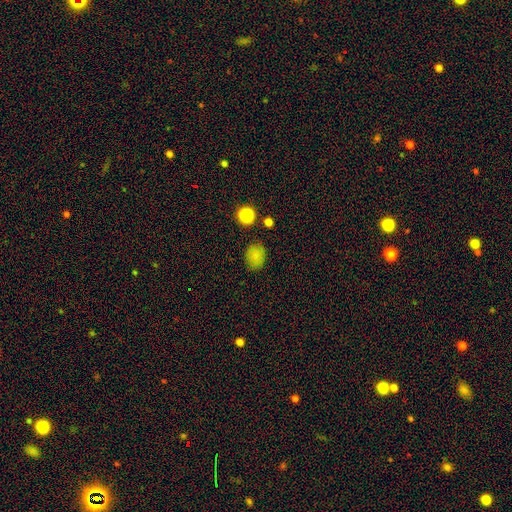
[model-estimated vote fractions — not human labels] Smooth or featured?
  - smooth: 81% *
  - star or artifact: 14%
  - featured or disk: 5%
How rounded?
  - in between: 56% *
  - round: 43%
  - cigar-shaped: 1%
Merging?
  - none: 82% *
  - minor disturbance: 12%
  - major disturbance: 3%
  - merger: 2%